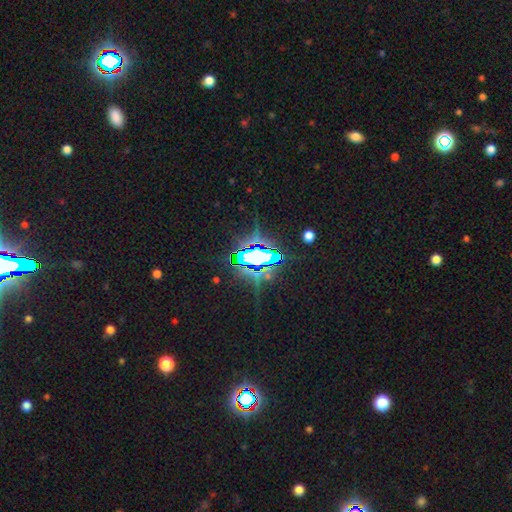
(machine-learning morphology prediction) star or artifact 73%, featured or disk 14%, smooth 13%.